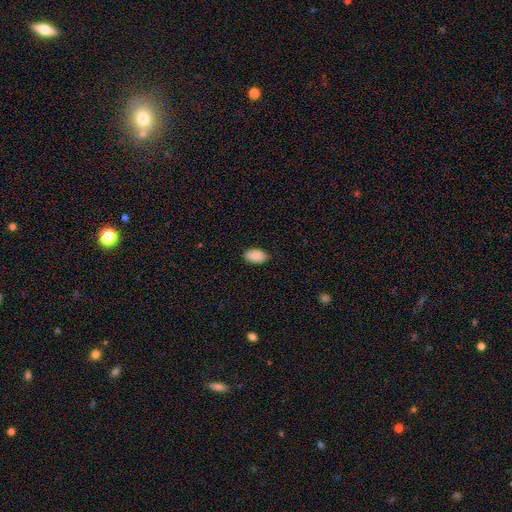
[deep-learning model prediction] The model was most divided on "merging": none: 86%, minor disturbance: 11%, major disturbance: 2%, merger: 1%. More confident: how rounded — in between (94%); smooth or featured — smooth (90%).